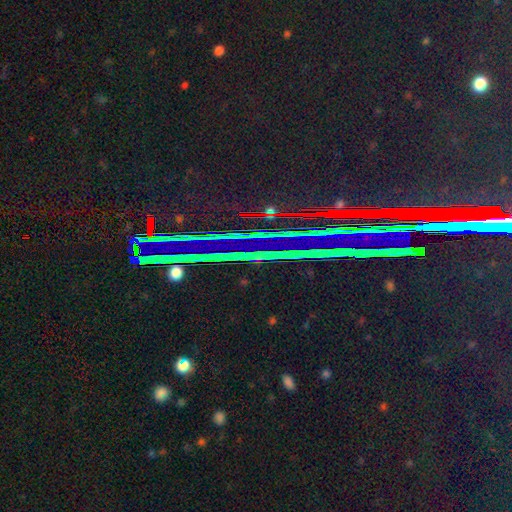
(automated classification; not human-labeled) This is clearly a star or artifact rather than a galaxy (87%).